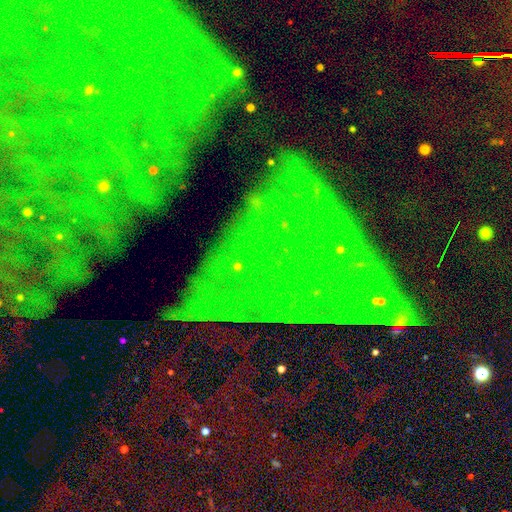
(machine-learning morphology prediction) Smooth or featured: star or artifact — 86% (featured or disk — 8%)